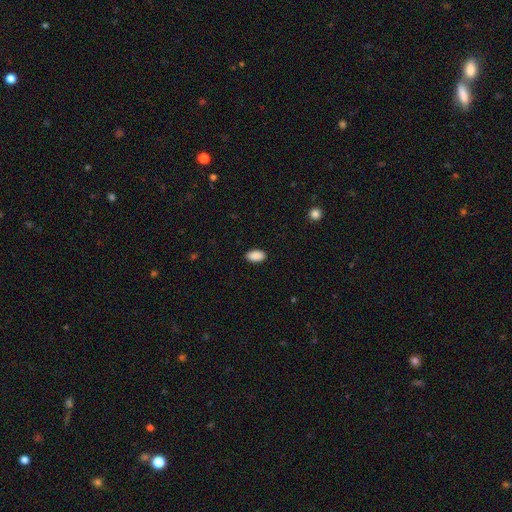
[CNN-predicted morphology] This is clearly a smooth galaxy (90%). How rounded: clearly in between (94%). Merging: clearly none (90%).